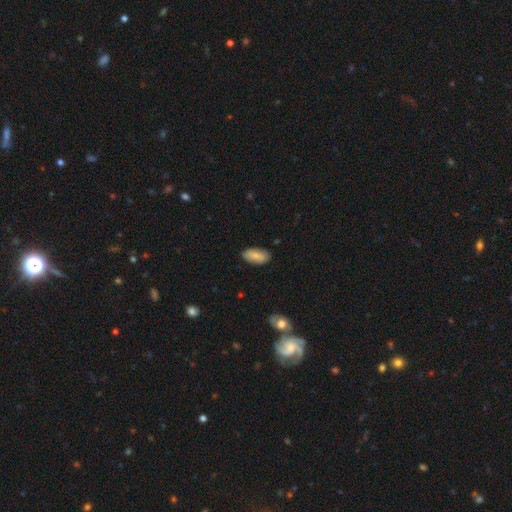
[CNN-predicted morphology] The model was most divided on "smooth or featured": smooth: 82%, featured or disk: 11%, star or artifact: 6%. More confident: how rounded — in between (90%); merging — none (85%).